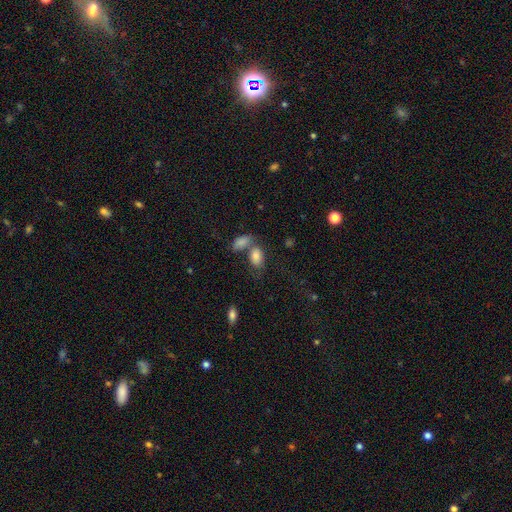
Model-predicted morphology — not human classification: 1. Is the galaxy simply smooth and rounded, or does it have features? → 82% smooth, 9% featured or disk, 8% star or artifact.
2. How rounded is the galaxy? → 90% in between, 8% round, 2% cigar-shaped.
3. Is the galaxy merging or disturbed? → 42% none, 40% merger, 13% minor disturbance, 6% major disturbance.